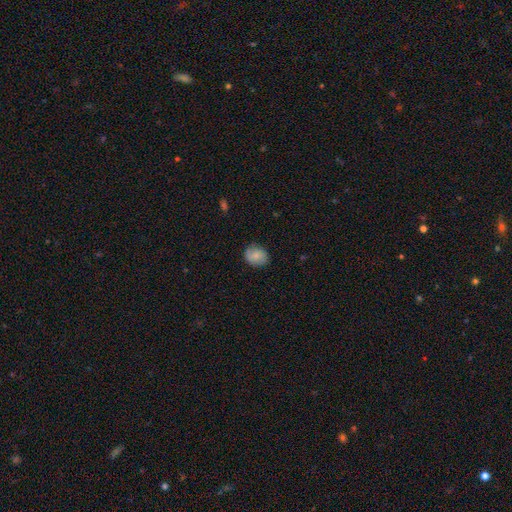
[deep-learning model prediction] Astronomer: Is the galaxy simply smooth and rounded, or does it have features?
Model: smooth — 77%.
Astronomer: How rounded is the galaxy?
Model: round — 57% (runner-up: in between, 42%).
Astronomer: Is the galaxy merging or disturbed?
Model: none — 79%.